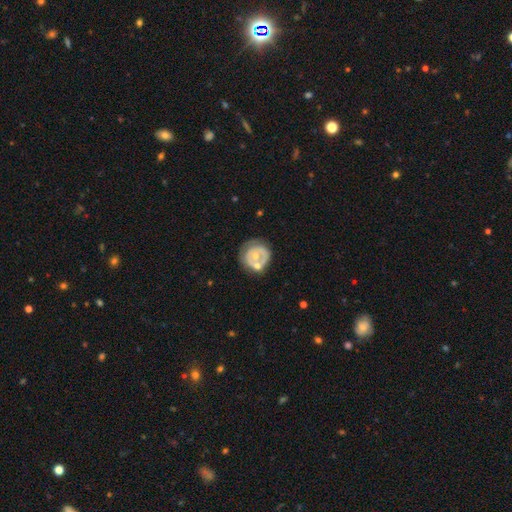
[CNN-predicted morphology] The model was most divided on "bulge size": moderate: 48%, small: 44%, none: 5%, large: 2%, dominant: 1%. Remaining: edge-on disk — no (97%); bar — no (83%); spiral arms — no (68%); smooth or featured — featured or disk (57%); merging — none (48%).